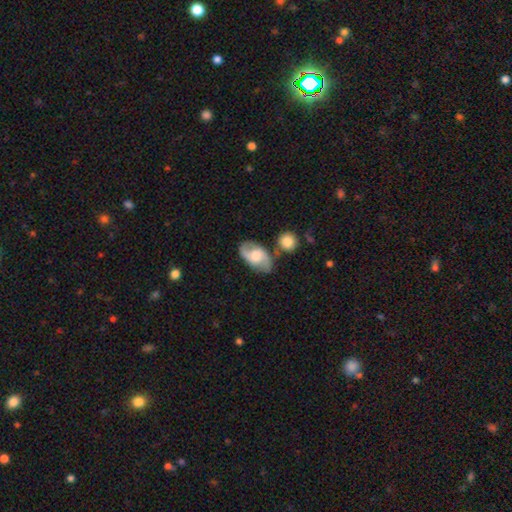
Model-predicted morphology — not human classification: Smooth or featured: featured or disk — 64% (smooth — 30%)
Edge-on disk: no — 95% (yes — 5%)
Bar: no — 56% (weak — 36%)
Spiral arms: yes — 88% (no — 12%)
Spiral winding: medium — 46% (loose — 37%)
Spiral arm count: 2 — 88% (can't tell — 7%)
Bulge size: moderate — 62% (small — 17%)
Merging: none — 67% (minor disturbance — 17%)